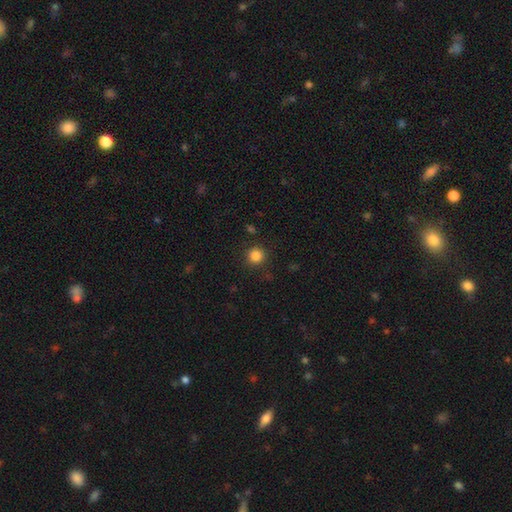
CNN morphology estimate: A smooth galaxy with no disk features (84%) that is round (94%).

Vote fractions:
- Smooth or featured? smooth: 84% / star or artifact: 12% / featured or disk: 4%
- How rounded? round: 94% / in between: 5% / cigar-shaped: 1%
- Merging? none: 89% / minor disturbance: 7% / major disturbance: 3% / merger: 2%